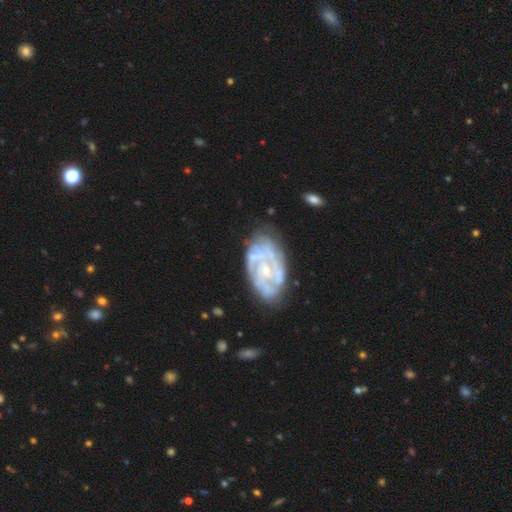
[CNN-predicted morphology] A featured or disk galaxy (83%) with no bar (63%), tight (63%) spiral arms (84%) and a small central bulge (44%). Merging: none (63%).